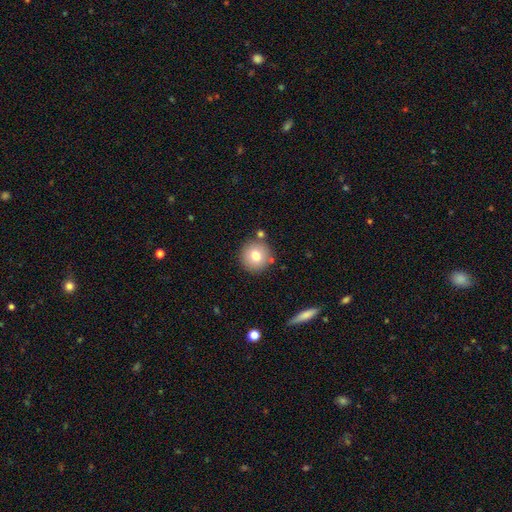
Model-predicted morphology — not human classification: Smooth or featured? Predicted: smooth (p=0.75). How rounded? Predicted: round (p=0.95). Merging? Predicted: none (p=0.82).